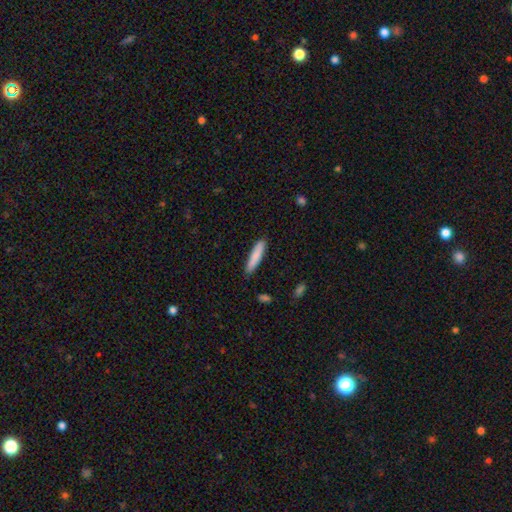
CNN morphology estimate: Overall: smooth (83%). How rounded: cigar-shaped (86%). Merging: none (87%).